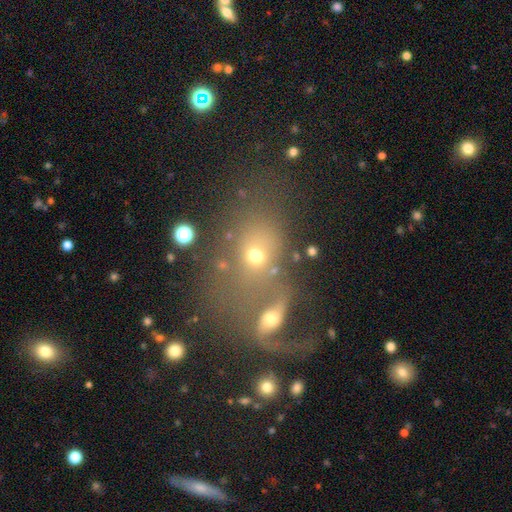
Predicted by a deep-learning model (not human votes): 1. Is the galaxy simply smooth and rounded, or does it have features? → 58% smooth, 25% featured or disk, 17% star or artifact.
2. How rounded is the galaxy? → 56% in between, 42% round, 2% cigar-shaped.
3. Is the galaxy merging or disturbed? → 48% merger, 29% none, 13% major disturbance, 10% minor disturbance.